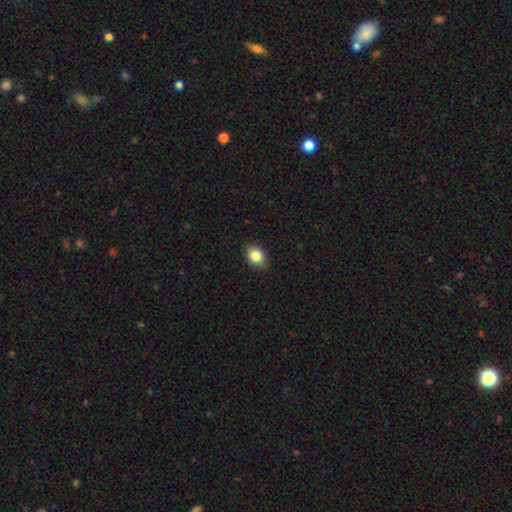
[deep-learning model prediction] Smooth or featured? Predicted: smooth (p=0.85). How rounded? Predicted: in between (p=0.66). Merging? Predicted: none (p=0.87).